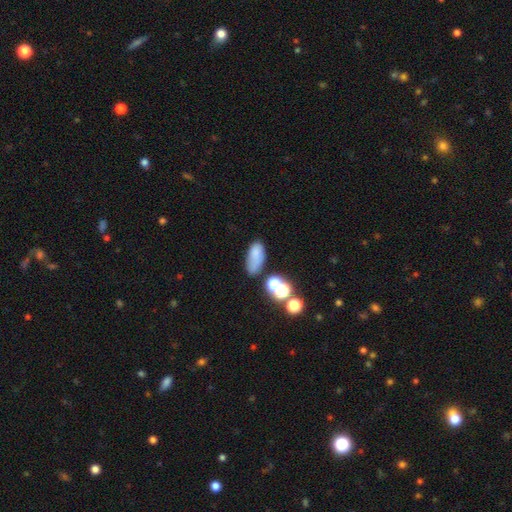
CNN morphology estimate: Q: Smooth or featured?
A: smooth (70%); runner-up: star or artifact (16%)
Q: How rounded?
A: in between (85%); runner-up: round (8%)
Q: Merging?
A: none (55%); runner-up: minor disturbance (21%)